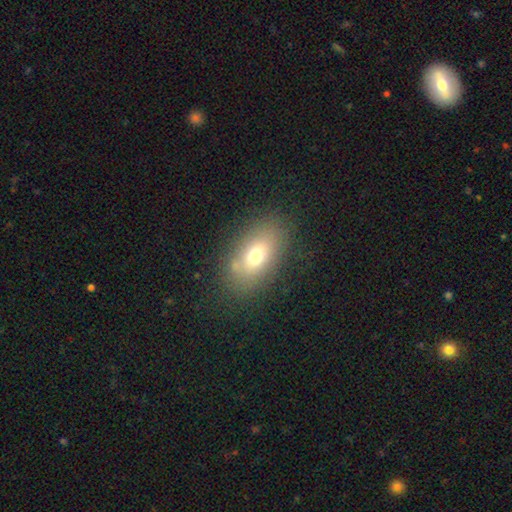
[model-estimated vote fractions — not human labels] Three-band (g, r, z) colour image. It shows a smooth galaxy with no disk features (70%) that is in between round and cigar-shaped (87%). Merging: none (79%).